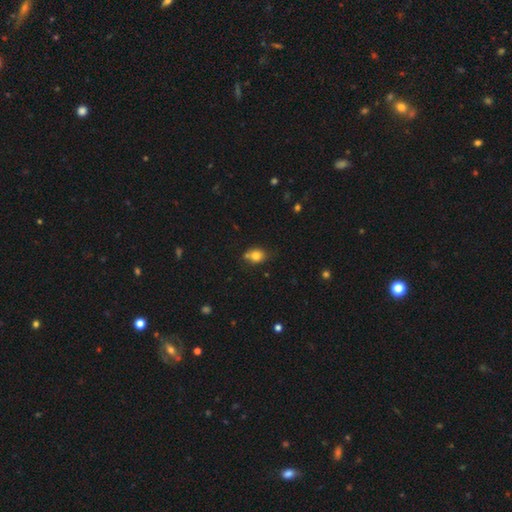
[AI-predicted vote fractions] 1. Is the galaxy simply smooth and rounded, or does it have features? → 78% smooth, 11% star or artifact, 10% featured or disk.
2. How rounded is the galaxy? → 50% round, 49% in between, 1% cigar-shaped.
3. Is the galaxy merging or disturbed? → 62% none, 20% minor disturbance, 14% merger, 4% major disturbance.